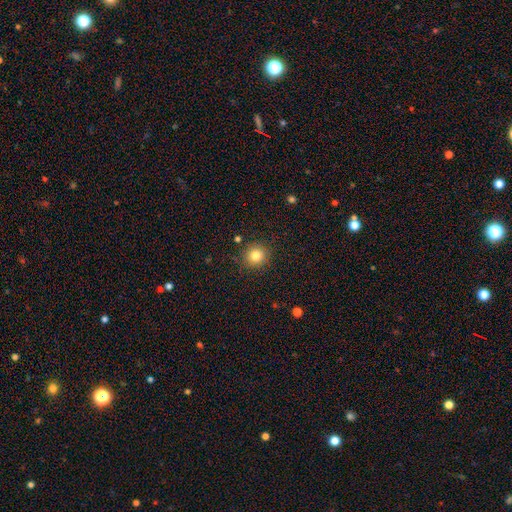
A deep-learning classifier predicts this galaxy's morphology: smooth 81%, star or artifact 12%, featured or disk 7%. Down the decision tree: how rounded — round (91%); merging — none (88%).